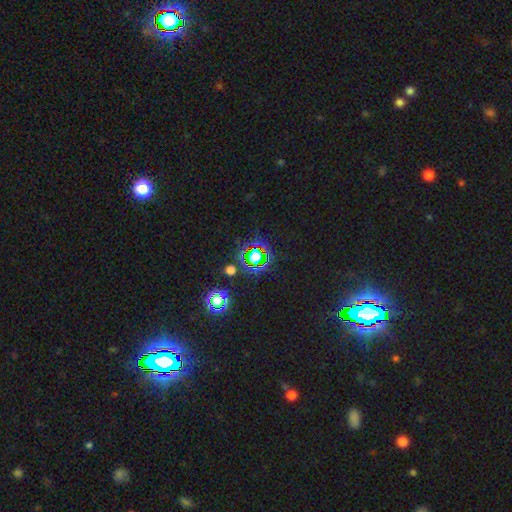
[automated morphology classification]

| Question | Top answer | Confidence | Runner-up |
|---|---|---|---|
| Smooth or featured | star or artifact | 74% | smooth (16%) |